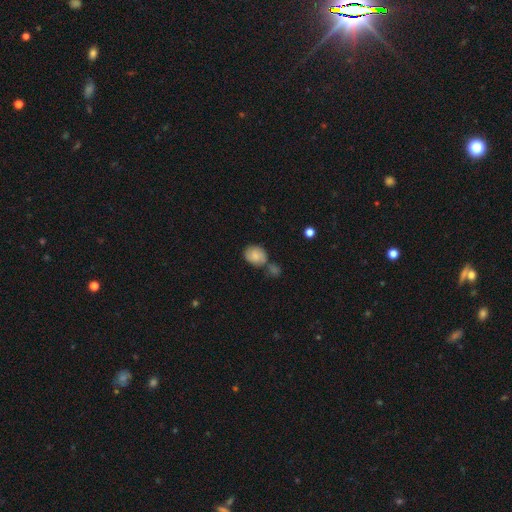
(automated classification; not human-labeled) Overall: smooth (70%). How rounded: round (53%; in between 45%). Merging: none (43%; merger 32%).